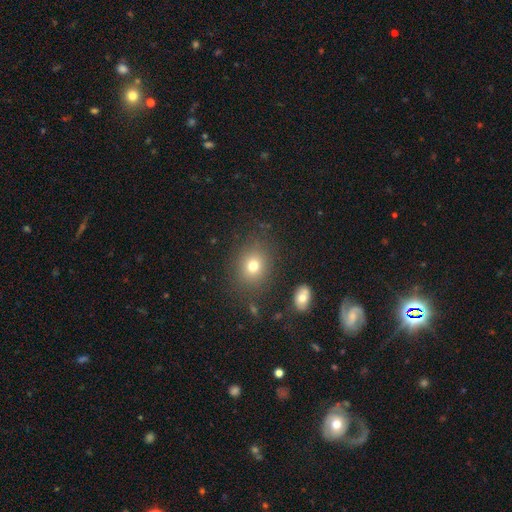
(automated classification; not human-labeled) Q: Smooth or featured?
A: smooth (60%); runner-up: star or artifact (30%)
Q: How rounded?
A: round (63%); runner-up: in between (35%)
Q: Merging?
A: none (85%); runner-up: minor disturbance (9%)